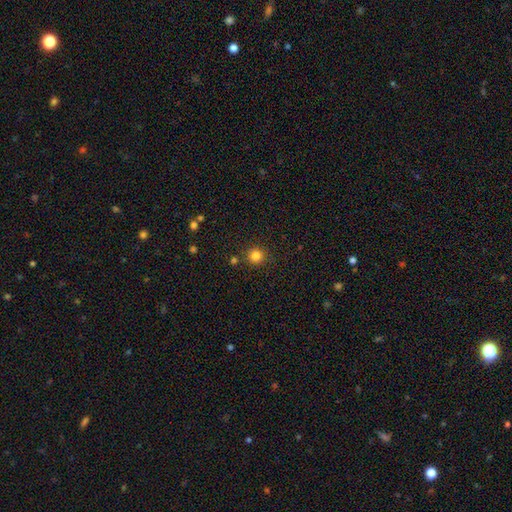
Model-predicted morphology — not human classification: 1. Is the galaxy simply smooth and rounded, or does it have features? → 82% smooth, 13% star or artifact, 4% featured or disk.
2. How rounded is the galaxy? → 94% round, 5% in between, 1% cigar-shaped.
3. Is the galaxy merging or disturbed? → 86% none, 7% minor disturbance, 5% merger, 2% major disturbance.